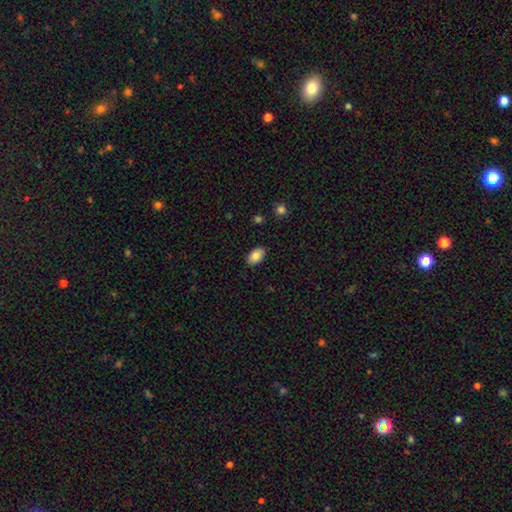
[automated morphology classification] Q: Smooth or featured?
A: smooth (85%); runner-up: featured or disk (8%)
Q: How rounded?
A: in between (92%); runner-up: round (6%)
Q: Merging?
A: none (87%); runner-up: minor disturbance (9%)